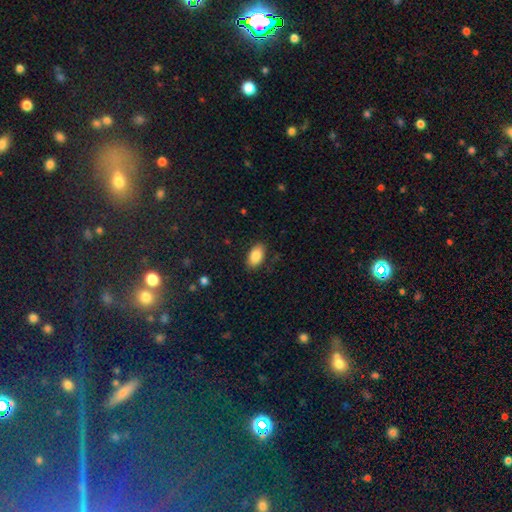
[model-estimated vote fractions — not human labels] Overall: smooth (86%). How rounded: in between (93%). Merging: none (86%).